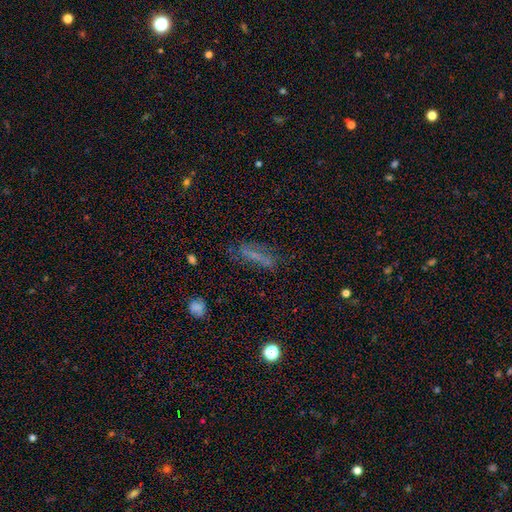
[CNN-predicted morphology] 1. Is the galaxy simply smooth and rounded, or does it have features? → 39% featured or disk (tied), 39% smooth (tied), 22% star or artifact.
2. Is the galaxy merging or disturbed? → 64% none, 21% minor disturbance, 12% major disturbance, 4% merger.